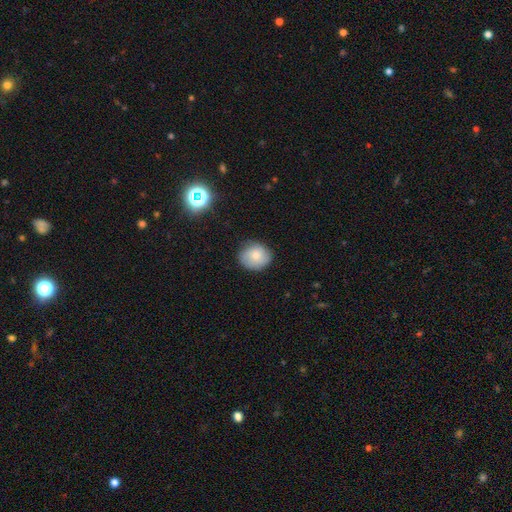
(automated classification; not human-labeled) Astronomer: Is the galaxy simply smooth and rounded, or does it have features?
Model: smooth — 73%.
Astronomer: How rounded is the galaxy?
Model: round — 73%.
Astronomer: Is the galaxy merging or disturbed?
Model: none — 78%.